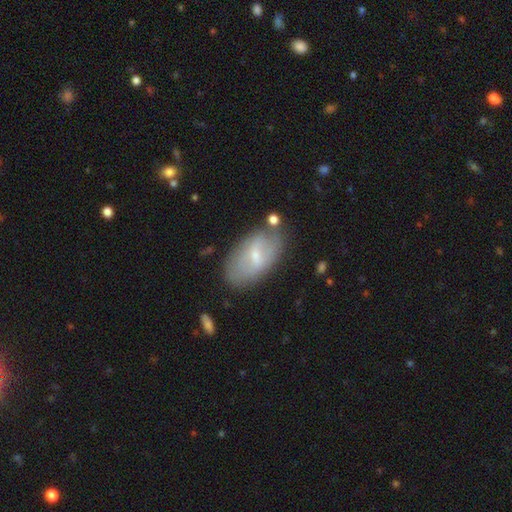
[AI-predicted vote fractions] Smooth or featured?
  - smooth: 47% *
  - featured or disk: 46%
  - star or artifact: 7%
Merging?
  - none: 71% *
  - minor disturbance: 18%
  - major disturbance: 6%
  - merger: 4%